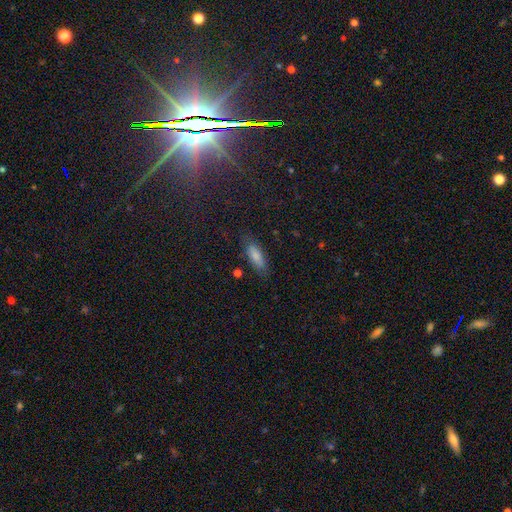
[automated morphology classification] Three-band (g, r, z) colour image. It shows a smooth galaxy with no disk features (80%) that is in between round and cigar-shaped (65%). Merging: none (75%).